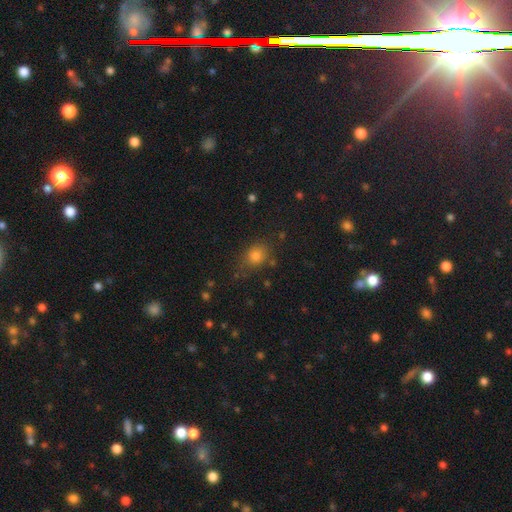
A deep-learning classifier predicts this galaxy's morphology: Q: Smooth or featured?
A: smooth (77%); runner-up: star or artifact (16%)
Q: How rounded?
A: round (57%); runner-up: in between (42%)
Q: Merging?
A: none (74%); runner-up: minor disturbance (17%)